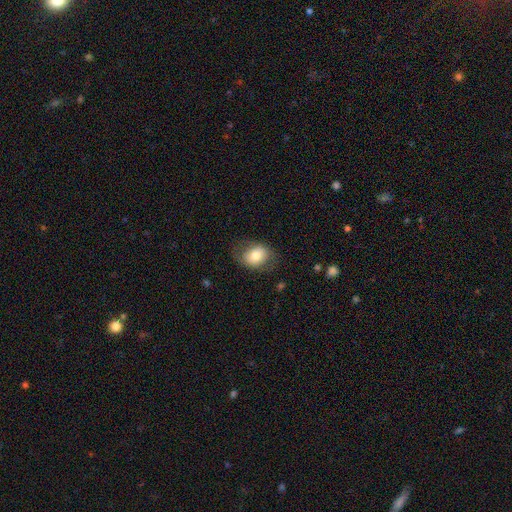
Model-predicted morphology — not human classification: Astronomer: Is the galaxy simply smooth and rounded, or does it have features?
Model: smooth — 71%.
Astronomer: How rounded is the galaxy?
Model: in between — 60% (runner-up: round, 39%).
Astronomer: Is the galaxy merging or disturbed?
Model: none — 69%.